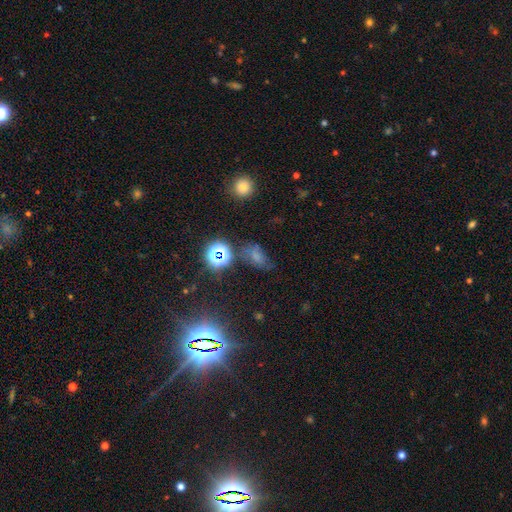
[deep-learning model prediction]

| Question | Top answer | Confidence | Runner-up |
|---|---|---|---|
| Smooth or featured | smooth | 52% | star or artifact (35%) |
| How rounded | in between | 78% | round (18%) |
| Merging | none | 52% | minor disturbance (26%) |